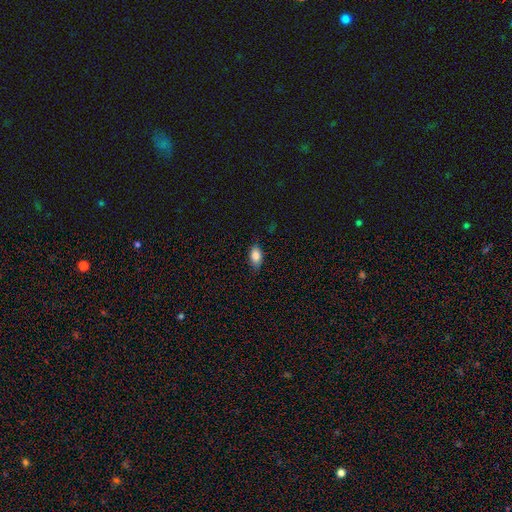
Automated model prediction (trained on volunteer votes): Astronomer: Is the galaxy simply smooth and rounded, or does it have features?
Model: smooth — 85%.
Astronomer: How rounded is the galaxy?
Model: in between — 89%.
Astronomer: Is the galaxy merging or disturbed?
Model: none — 81%.